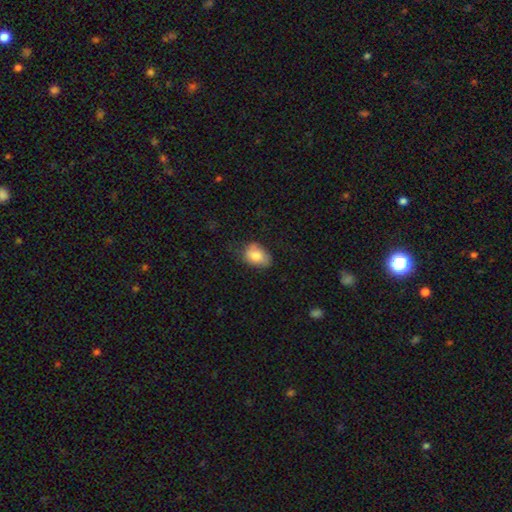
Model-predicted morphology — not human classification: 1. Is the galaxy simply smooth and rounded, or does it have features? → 80% smooth, 13% featured or disk, 8% star or artifact.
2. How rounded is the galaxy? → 80% in between, 19% round, 1% cigar-shaped.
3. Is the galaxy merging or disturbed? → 58% none, 31% minor disturbance, 9% major disturbance, 2% merger.